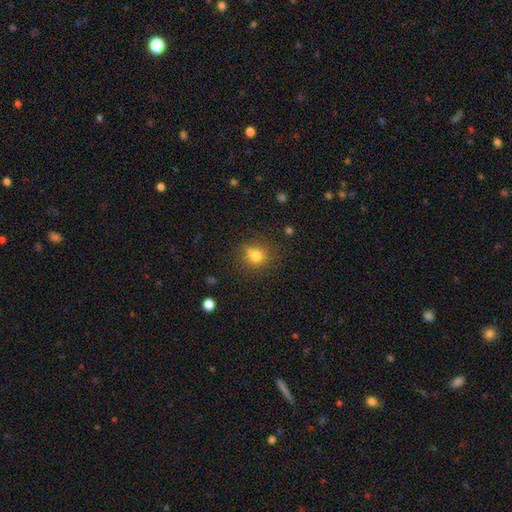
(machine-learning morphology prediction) Smooth or featured? smooth (74%)
How rounded? round (85%)
Merging? none (66%)